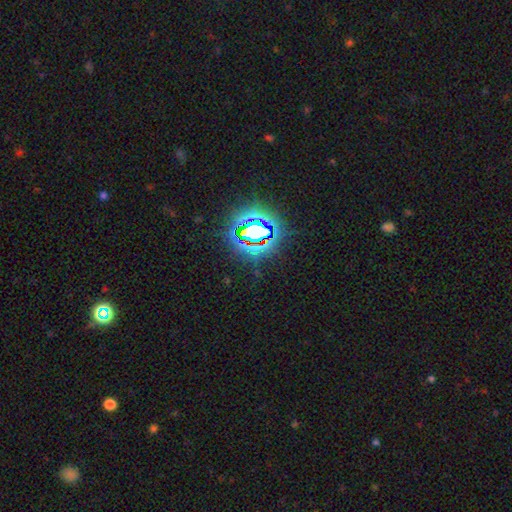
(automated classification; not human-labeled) Smooth or featured? Predicted: star or artifact (p=0.73).